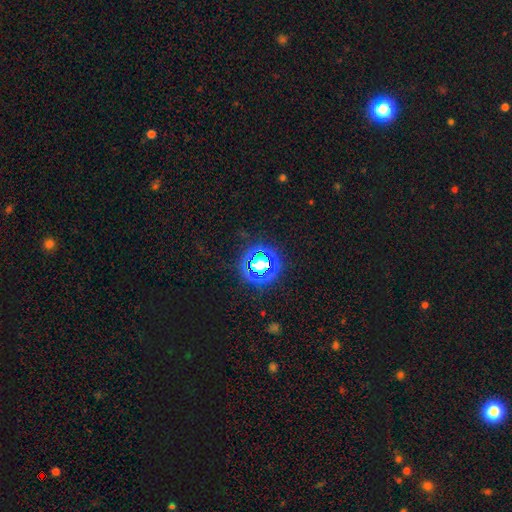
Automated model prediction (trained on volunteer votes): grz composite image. It shows a star or artifact, not a galaxy (79%).